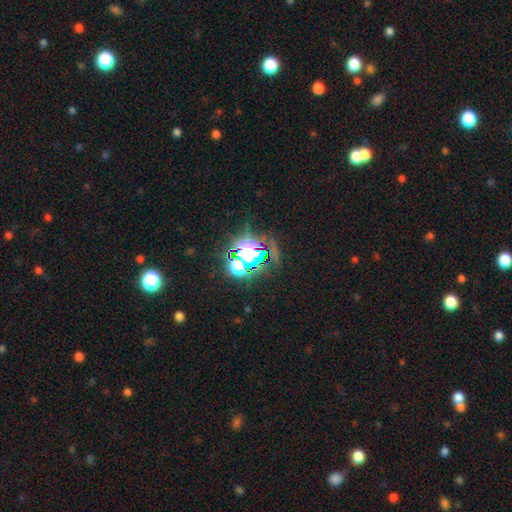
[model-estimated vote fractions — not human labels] This is likely a star or artifact rather than a galaxy (78%).